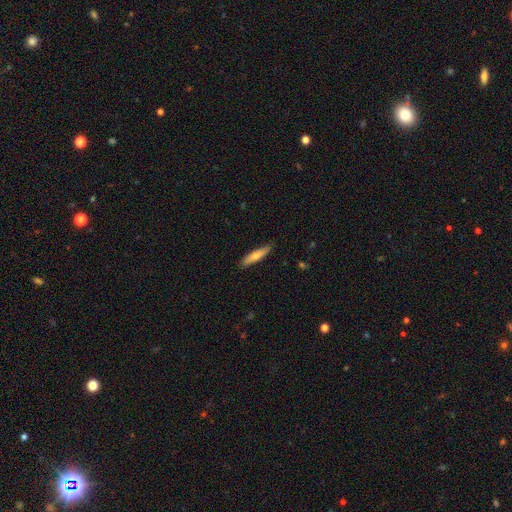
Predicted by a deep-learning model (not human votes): A smooth galaxy with no disk features (62%) that is cigar-shaped (83%). Merging: none (88%).